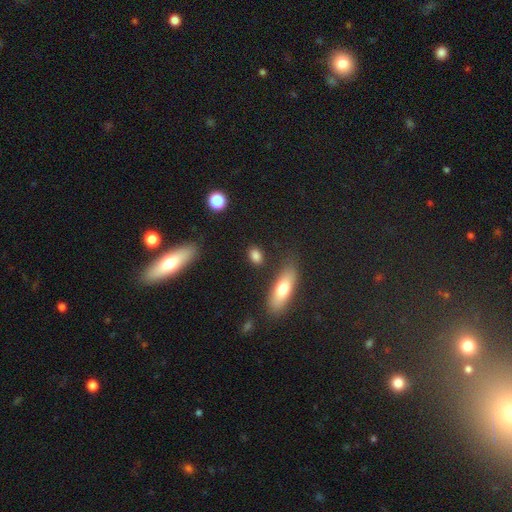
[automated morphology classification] type=smooth (83%); roundness=in between (70%); merging=none (80%).